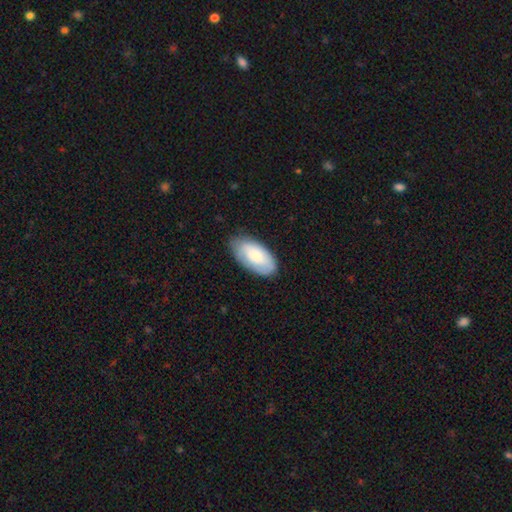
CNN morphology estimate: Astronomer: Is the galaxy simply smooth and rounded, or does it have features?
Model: smooth — 71%.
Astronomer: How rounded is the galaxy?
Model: in between — 95%.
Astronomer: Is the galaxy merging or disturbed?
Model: none — 76%.